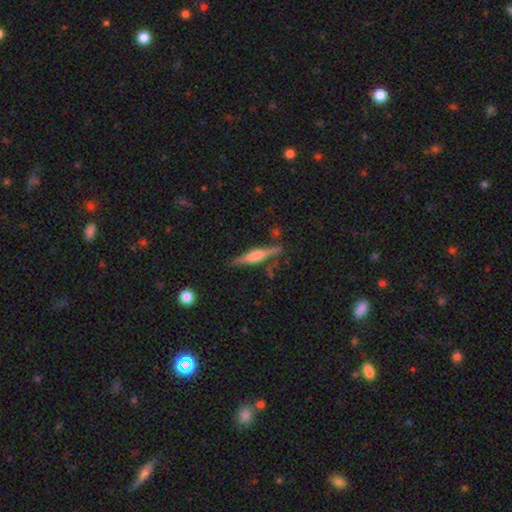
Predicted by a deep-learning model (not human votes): featured or disk 58%, smooth 35%, star or artifact 7%. Down the decision tree: edge-on disk — yes (96%); edge-on bulge — rounded (57%); merging — none (80%).